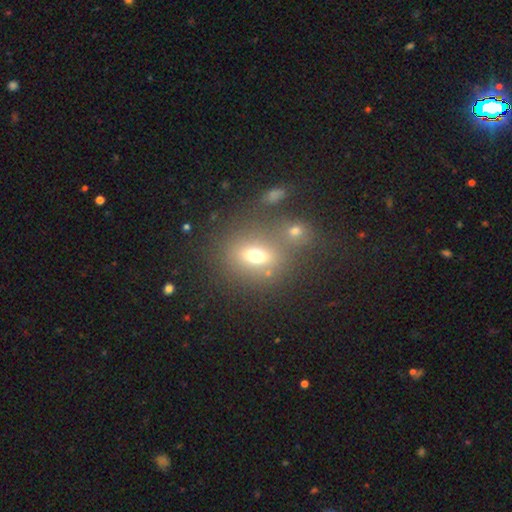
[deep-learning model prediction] Smooth or featured?
  - smooth: 62% *
  - featured or disk: 21%
  - star or artifact: 17%
How rounded?
  - in between: 58% *
  - round: 37%
  - cigar-shaped: 6%
Merging?
  - none: 57% *
  - merger: 26%
  - minor disturbance: 11%
  - major disturbance: 6%